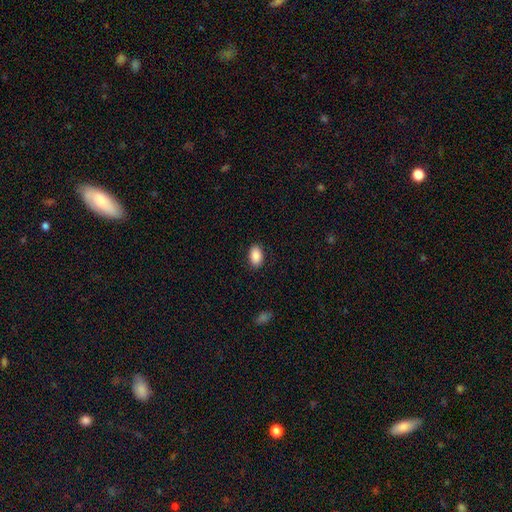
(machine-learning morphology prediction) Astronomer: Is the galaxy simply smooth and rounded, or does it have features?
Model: smooth — 90%.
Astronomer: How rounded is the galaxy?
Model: in between — 92%.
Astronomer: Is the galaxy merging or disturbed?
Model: none — 88%.